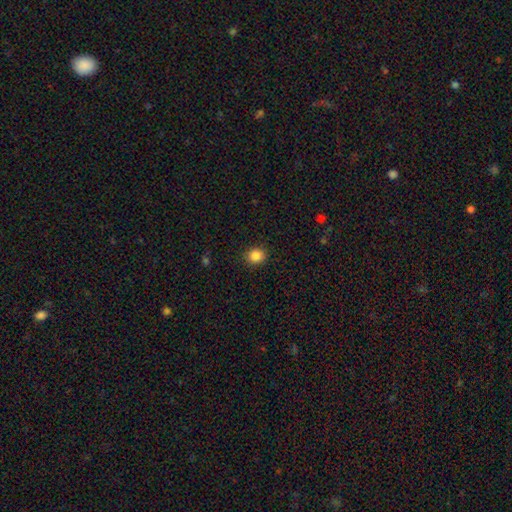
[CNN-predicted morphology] smooth_or_featured: smooth (p=0.86) [alt: star or artifact p=0.10]
how_rounded: round (p=0.76) [alt: in between p=0.23]
merging: none (p=0.90) [alt: minor disturbance p=0.06]